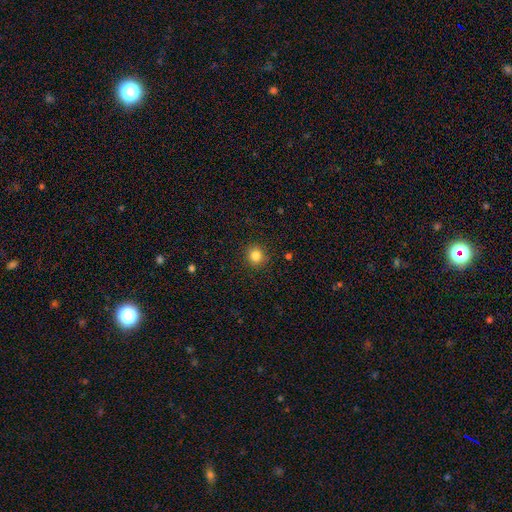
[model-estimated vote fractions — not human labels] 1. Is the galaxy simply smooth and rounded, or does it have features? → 84% smooth, 11% star or artifact, 5% featured or disk.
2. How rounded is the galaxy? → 90% round, 9% in between, 1% cigar-shaped.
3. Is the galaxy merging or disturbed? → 89% none, 7% minor disturbance, 2% major disturbance, 1% merger.